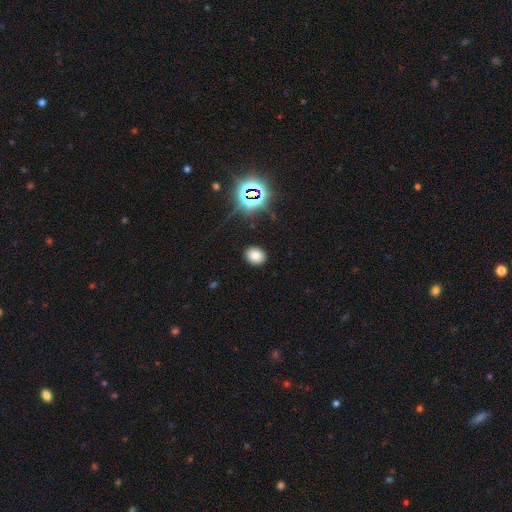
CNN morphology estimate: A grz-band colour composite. It shows a smooth galaxy with no disk features (75%) that is in between round and cigar-shaped (54%). Merging: none (89%).